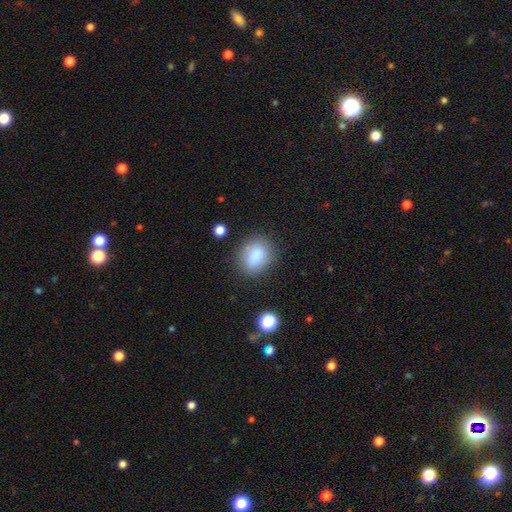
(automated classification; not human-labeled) Morphology: type=smooth (84%); roundness=round (50%); merging=none (76%).